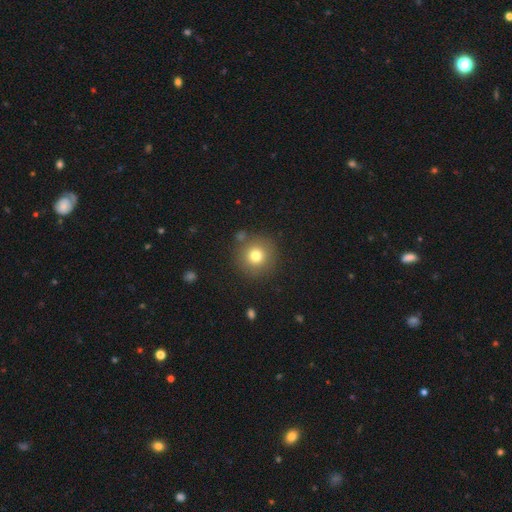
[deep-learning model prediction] Q: Smooth or featured?
A: smooth (76%); runner-up: star or artifact (13%)
Q: How rounded?
A: round (94%); runner-up: in between (5%)
Q: Merging?
A: none (85%); runner-up: minor disturbance (8%)